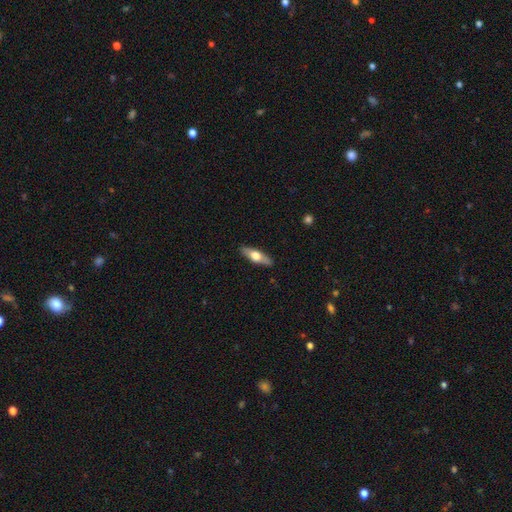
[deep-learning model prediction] The model was most divided on "smooth or featured": smooth: 48%, featured or disk: 47%, star or artifact: 5%. More confident: merging — none (89%).